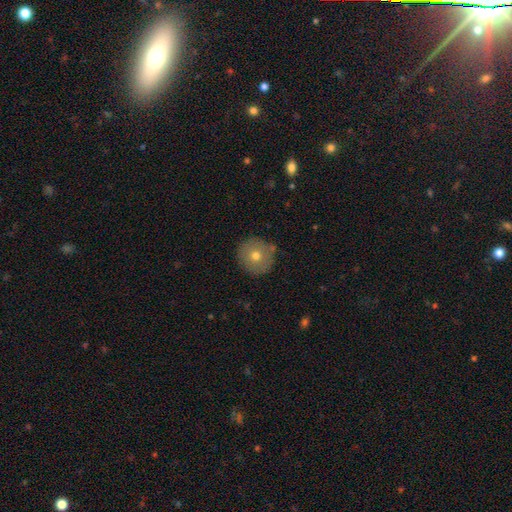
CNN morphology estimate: Smooth or featured? Predicted: smooth (p=0.69). How rounded? Predicted: round (p=0.95). Merging? Predicted: none (p=0.87).